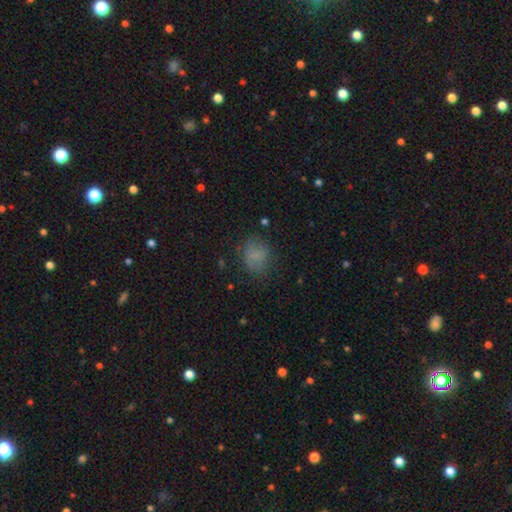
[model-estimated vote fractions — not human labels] Smooth or featured? Predicted: smooth (p=0.77). How rounded? Predicted: round (p=0.56). Merging? Predicted: none (p=0.70).